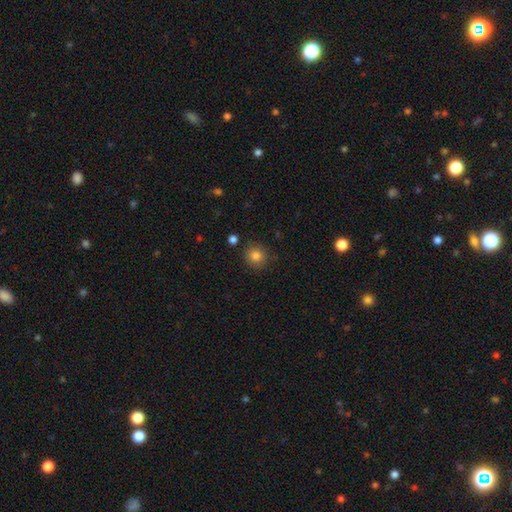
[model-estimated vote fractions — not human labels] smooth-or-featured: smooth: 83% | star or artifact: 11% | featured or disk: 6%
  how-rounded: round: 92% | in between: 7% | cigar-shaped: 1%
  merging: none: 86% | minor disturbance: 9% | merger: 3% | major disturbance: 3%